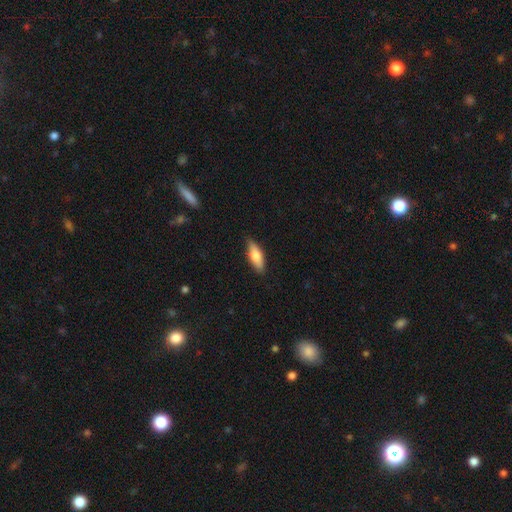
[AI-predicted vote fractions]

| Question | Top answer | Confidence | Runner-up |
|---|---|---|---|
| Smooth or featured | smooth | 68% | featured or disk (26%) |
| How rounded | in between | 63% | cigar-shaped (35%) |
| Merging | none | 83% | minor disturbance (14%) |